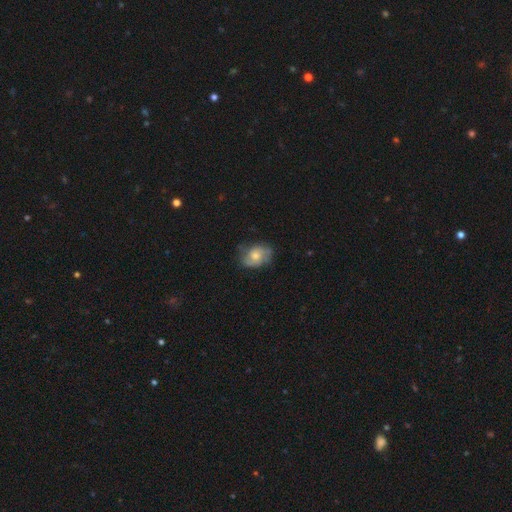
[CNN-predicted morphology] This is possibly a featured or disk galaxy (50%). It is clearly not viewed edge-on (96%). Merging: likely none (65%).